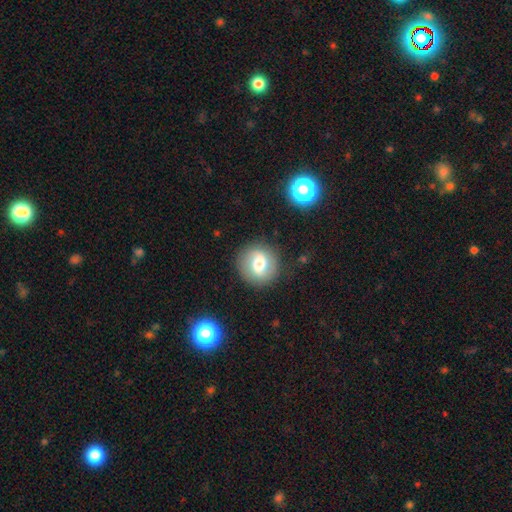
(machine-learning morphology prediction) smooth_or_featured: smooth (p=0.55) [alt: featured or disk p=0.34]
how_rounded: round (p=0.85) [alt: in between p=0.14]
merging: none (p=0.86) [alt: minor disturbance p=0.09]